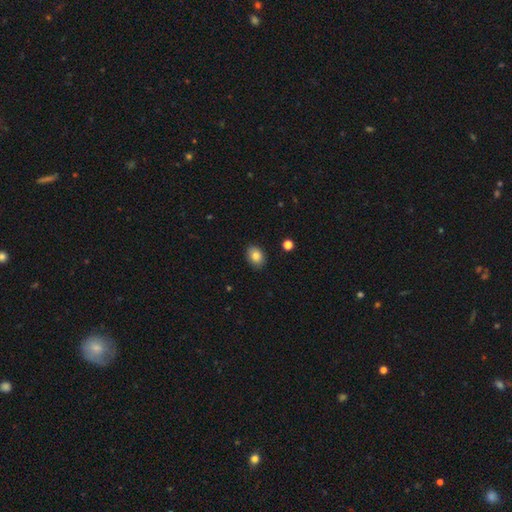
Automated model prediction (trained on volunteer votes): Smooth or featured? smooth (84%)
How rounded? in between (72%)
Merging? none (89%)